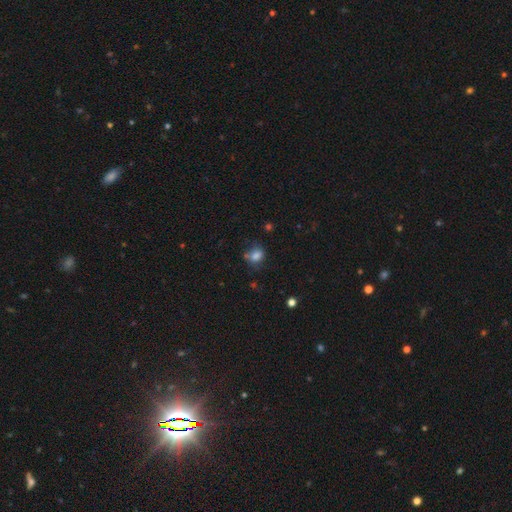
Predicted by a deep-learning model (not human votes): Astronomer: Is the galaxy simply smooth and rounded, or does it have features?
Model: smooth — 78%.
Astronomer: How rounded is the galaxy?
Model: in between — 53% (runner-up: round, 46%).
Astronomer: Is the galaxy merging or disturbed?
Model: none — 53%.